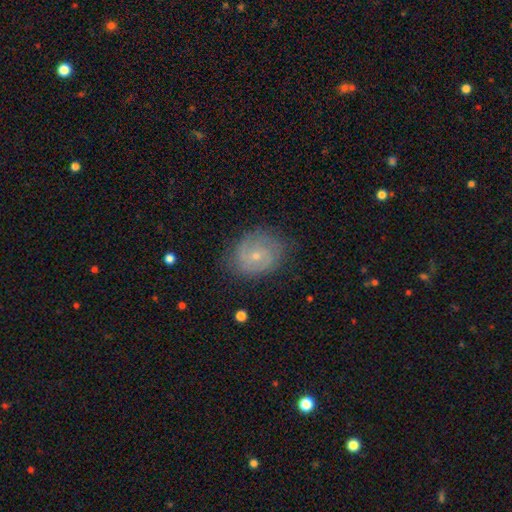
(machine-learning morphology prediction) Smooth or featured? Predicted: featured or disk (p=0.64). Edge-on disk? Predicted: no (p=0.97). Bar? Predicted: no (p=0.66). Spiral arms? Predicted: yes (p=0.86). Spiral winding? Predicted: tight (p=0.47). Spiral arm count? Predicted: 2 (p=0.57). Bulge size? Predicted: small (p=0.74). Merging? Predicted: none (p=0.76).